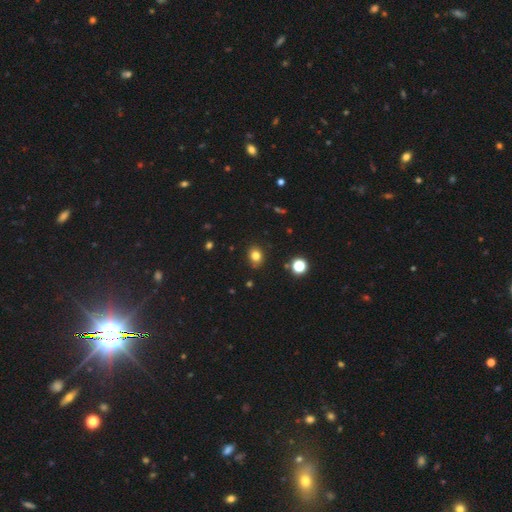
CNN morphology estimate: Overall: smooth (80%). How rounded: in between (50%; round 49%). Merging: none (84%).